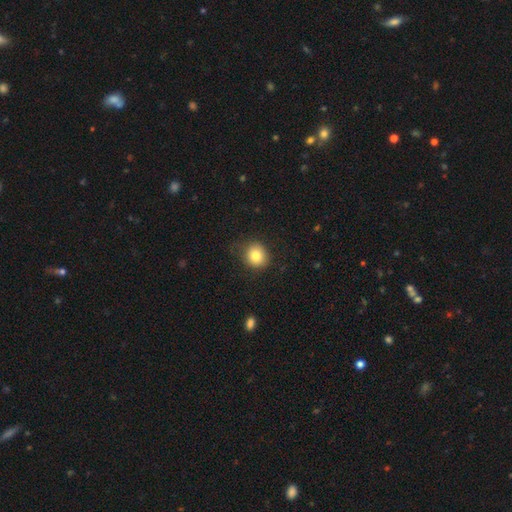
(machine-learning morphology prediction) smooth 81%, star or artifact 10%, featured or disk 8%. Down the decision tree: how rounded — round (81%); merging — none (80%).